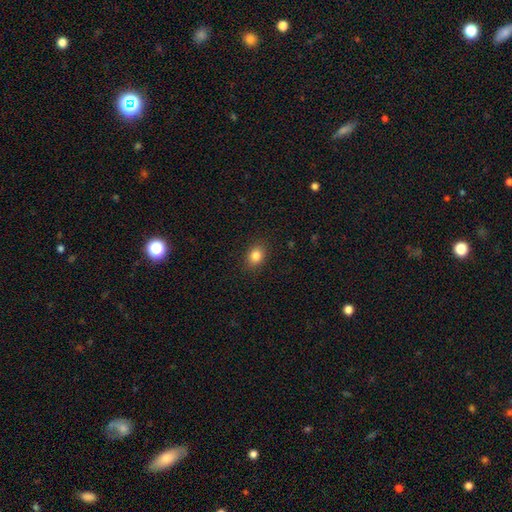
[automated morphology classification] smooth 84%, star or artifact 10%, featured or disk 6%. Down the decision tree: how rounded — in between (57%); merging — none (89%).